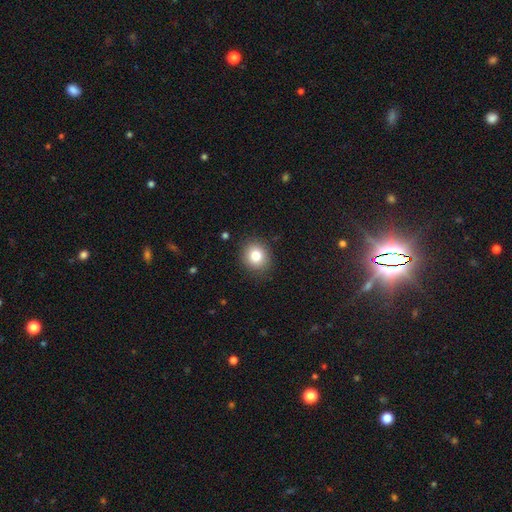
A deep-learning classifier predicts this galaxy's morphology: A smooth galaxy with no disk features (81%) that is round (79%). Merging: none (88%).